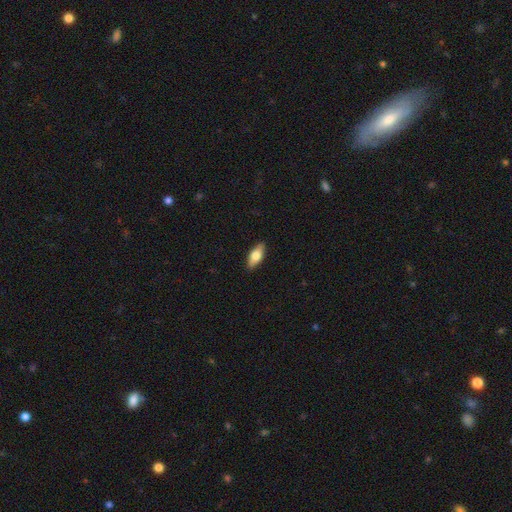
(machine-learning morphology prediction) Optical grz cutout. It shows a smooth galaxy with no disk features (72%) that is in between round and cigar-shaped (83%). Merging: none (89%).